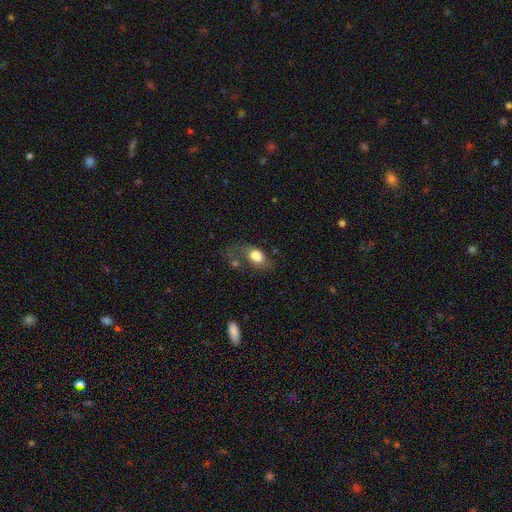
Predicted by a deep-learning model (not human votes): Smooth or featured: smooth — 72% (featured or disk — 19%)
How rounded: in between — 77% (round — 20%)
Merging: none — 37% (major disturbance — 29%)